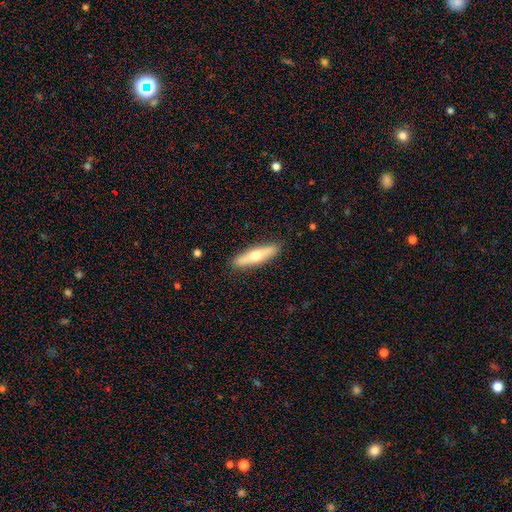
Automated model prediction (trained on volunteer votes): This appears to be a smooth galaxy with no disk features (55%) that is cigar-shaped (74%). Merging: none (88%).